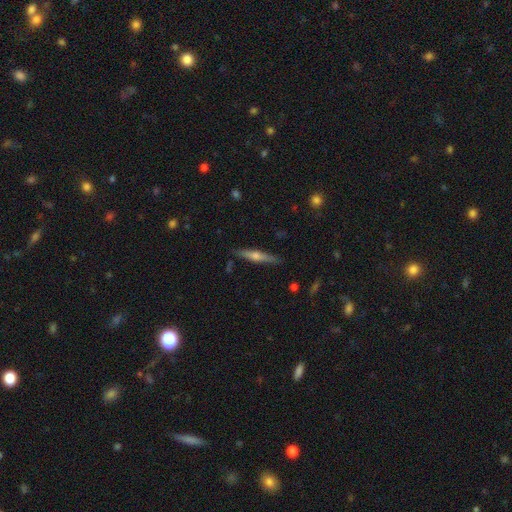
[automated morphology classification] Q: Smooth or featured?
A: featured or disk (61%); runner-up: smooth (32%)
Q: Edge-on disk?
A: yes (97%); runner-up: no (3%)
Q: Edge-on bulge?
A: rounded (86%); runner-up: none (8%)
Q: Merging?
A: none (88%); runner-up: minor disturbance (9%)